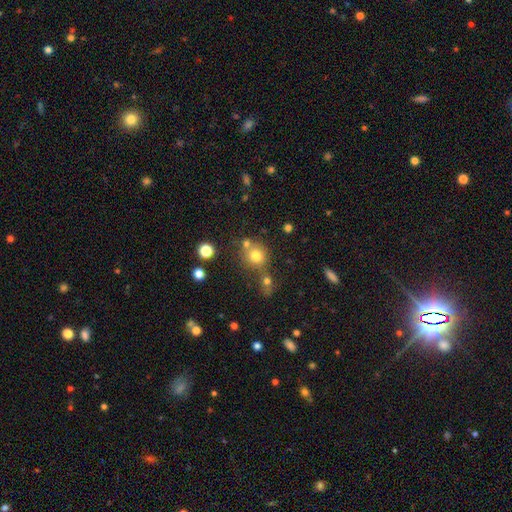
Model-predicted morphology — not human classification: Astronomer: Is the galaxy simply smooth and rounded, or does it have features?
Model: smooth — 76%.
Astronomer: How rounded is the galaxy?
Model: round — 87%.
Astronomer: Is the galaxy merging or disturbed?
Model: none — 60%.